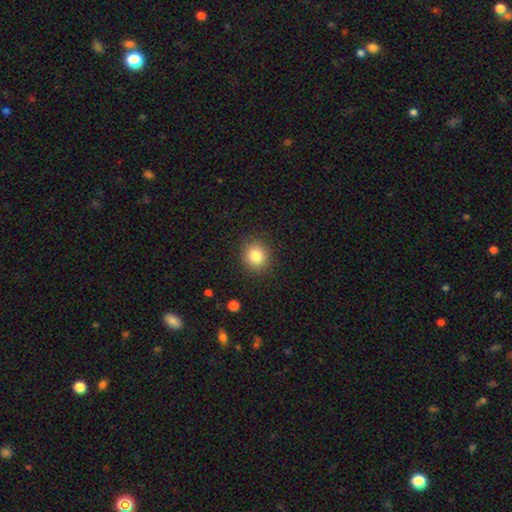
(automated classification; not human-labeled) Q: Smooth or featured?
A: smooth (83%); runner-up: star or artifact (10%)
Q: How rounded?
A: round (82%); runner-up: in between (18%)
Q: Merging?
A: none (88%); runner-up: minor disturbance (8%)